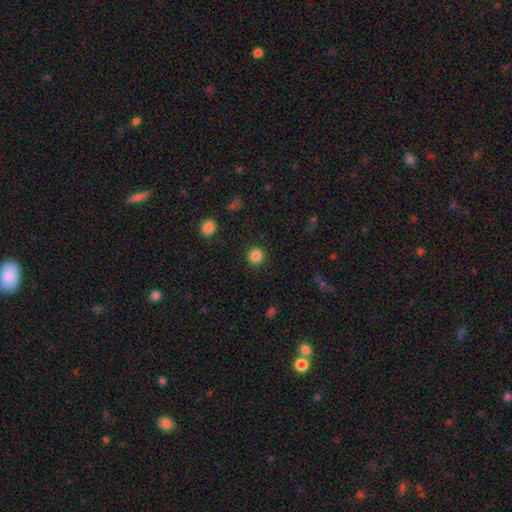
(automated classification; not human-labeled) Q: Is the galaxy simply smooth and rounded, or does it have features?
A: smooth — 85%.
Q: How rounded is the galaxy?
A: round — 90%.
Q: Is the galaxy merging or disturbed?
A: none — 91%.